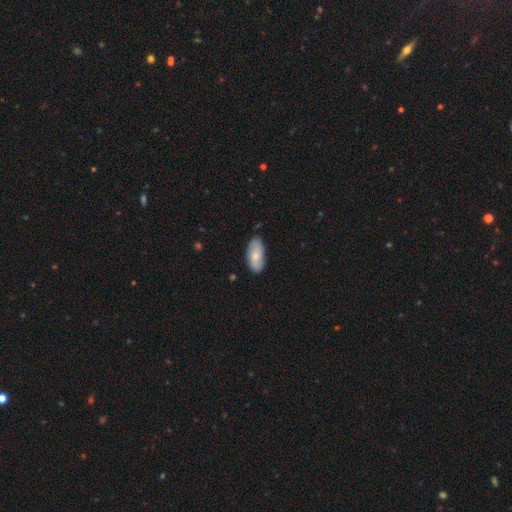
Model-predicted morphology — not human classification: Overall: smooth (75%). How rounded: in between (92%). Merging: none (82%).